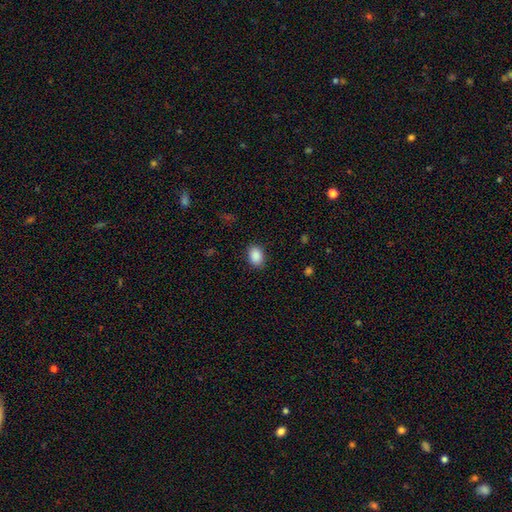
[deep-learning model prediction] smooth_or_featured: smooth (p=0.89) [alt: star or artifact p=0.08]
how_rounded: in between (p=0.73) [alt: round p=0.26]
merging: none (p=0.86) [alt: minor disturbance p=0.10]